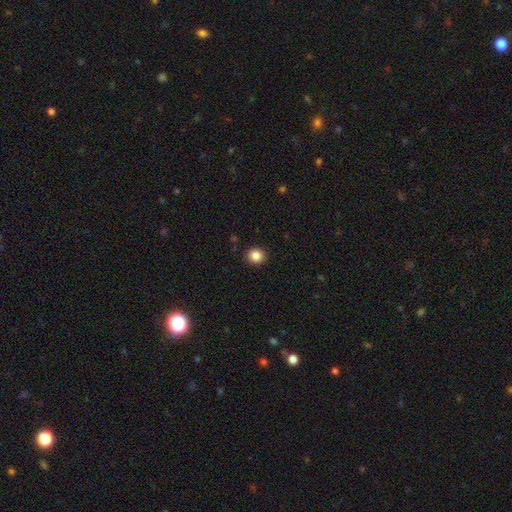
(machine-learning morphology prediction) Smooth or featured? Predicted: smooth (p=0.86). How rounded? Predicted: round (p=0.89). Merging? Predicted: none (p=0.91).